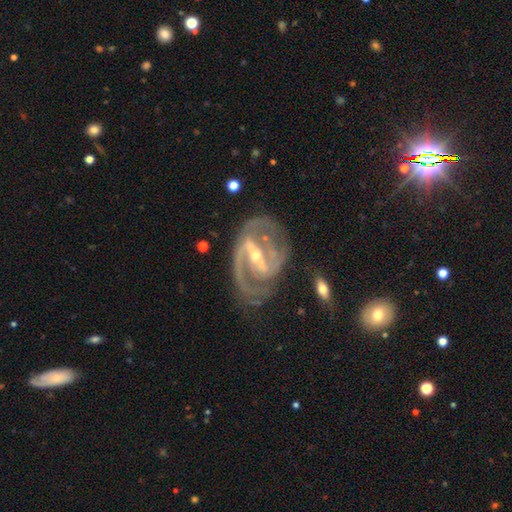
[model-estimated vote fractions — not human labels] Q: Smooth or featured?
A: featured or disk (91%); runner-up: star or artifact (5%)
Q: Edge-on disk?
A: no (96%); runner-up: yes (4%)
Q: Bar?
A: strong (71%); runner-up: weak (22%)
Q: Spiral arms?
A: yes (96%); runner-up: no (4%)
Q: Spiral winding?
A: medium (52%); runner-up: tight (32%)
Q: Spiral arm count?
A: 2 (79%); runner-up: 3 (6%)
Q: Bulge size?
A: small (57%); runner-up: moderate (39%)
Q: Merging?
A: none (61%); runner-up: minor disturbance (20%)